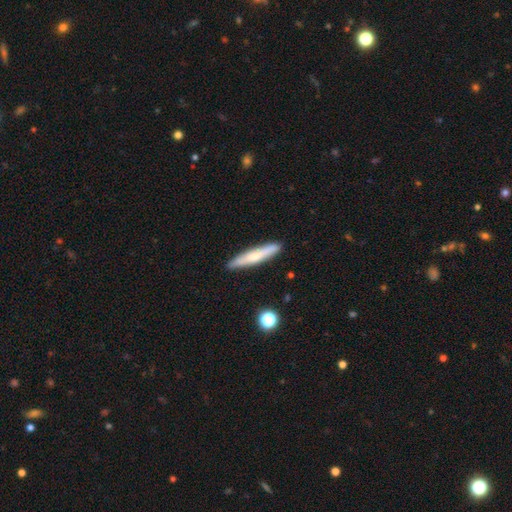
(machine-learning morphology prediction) Overall: smooth (62%; featured or disk 31%). How rounded: cigar-shaped (92%). Merging: none (89%).